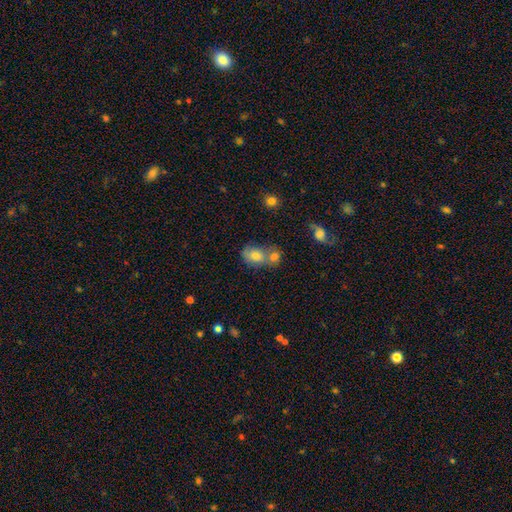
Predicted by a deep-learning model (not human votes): smooth_or_featured: smooth (p=0.72) [alt: featured or disk p=0.16]
how_rounded: in between (p=0.71) [alt: round p=0.28]
merging: merger (p=0.44) [alt: none p=0.38]